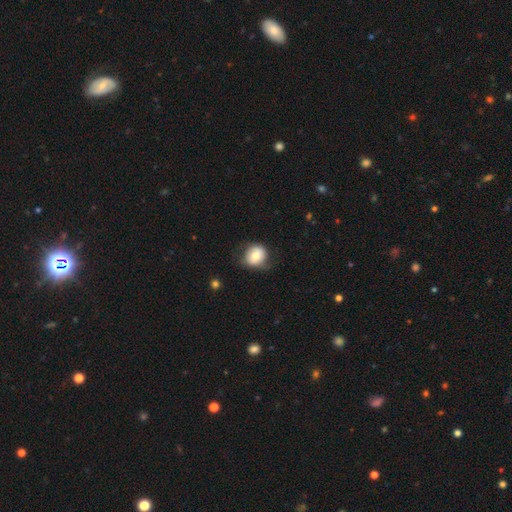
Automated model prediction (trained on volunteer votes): This is likely a smooth galaxy (70%). How rounded: likely round (76%). Merging: likely none (69%).